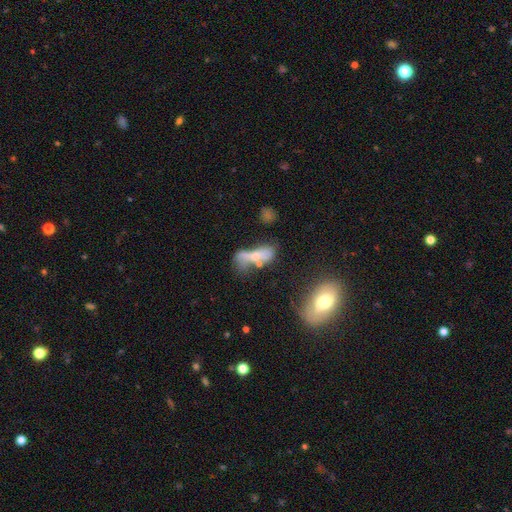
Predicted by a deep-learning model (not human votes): smooth_or_featured: smooth (p=0.52) [alt: featured or disk p=0.33]
how_rounded: in between (p=0.56) [alt: cigar-shaped p=0.39]
merging: merger (p=0.36) [alt: none p=0.26]